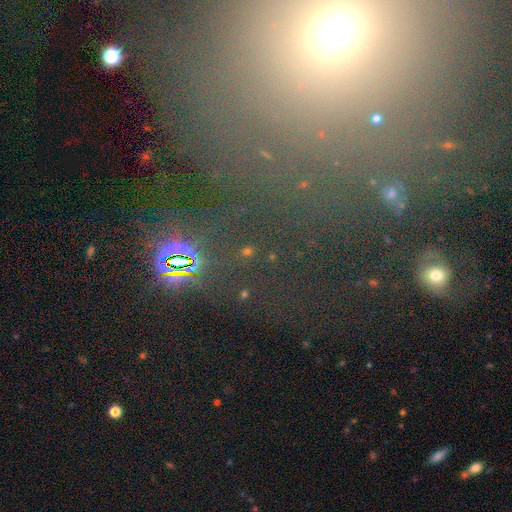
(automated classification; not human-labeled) Overall: star or artifact (67%).